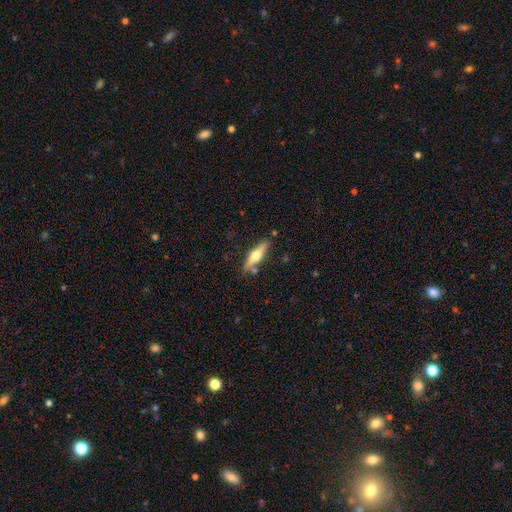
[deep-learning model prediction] Smooth or featured: featured or disk — 49% (smooth — 45%)
Merging: none — 79% (minor disturbance — 13%)